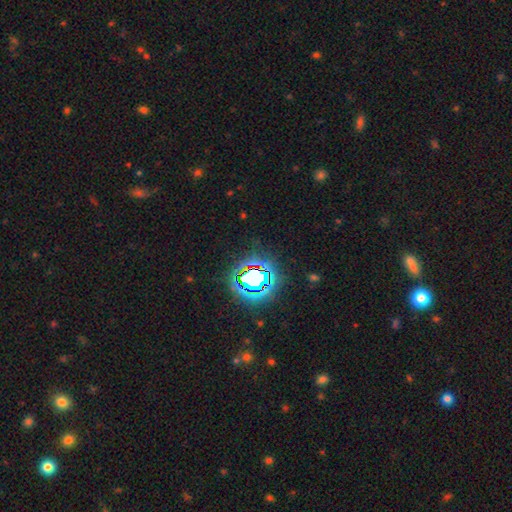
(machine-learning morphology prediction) A star or artifact, not a galaxy (79%).

Vote fractions:
- Smooth or featured? star or artifact: 79% / smooth: 13% / featured or disk: 8%